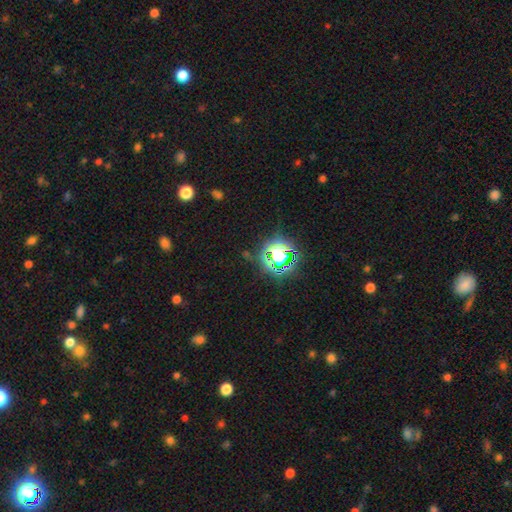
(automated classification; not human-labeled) A star or artifact, not a galaxy (75%).

Vote fractions:
- Smooth or featured? star or artifact: 75% / smooth: 17% / featured or disk: 8%